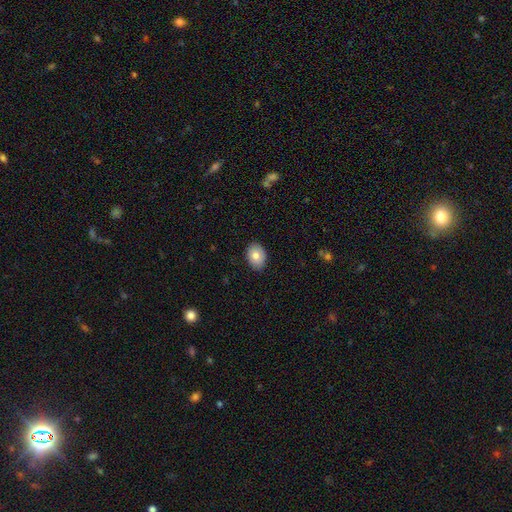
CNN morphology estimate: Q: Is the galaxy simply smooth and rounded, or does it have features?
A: smooth — 80%.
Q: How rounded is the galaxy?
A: in between — 76%.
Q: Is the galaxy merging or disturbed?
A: none — 86%.